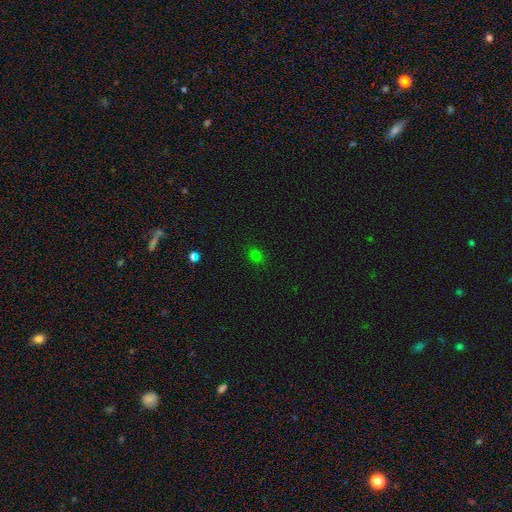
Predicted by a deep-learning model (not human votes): This is likely a smooth galaxy (75%). How rounded: possibly round (56%). Merging: clearly none (86%).